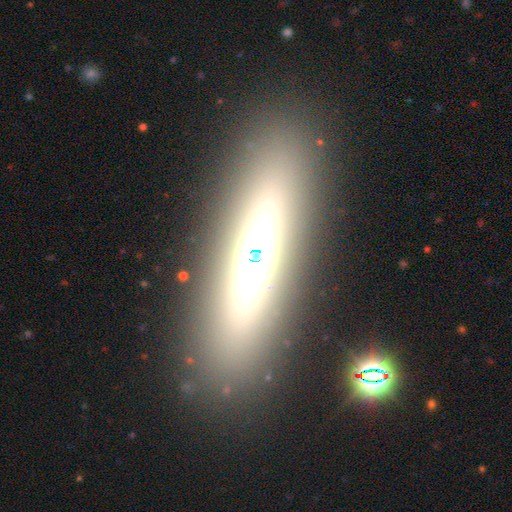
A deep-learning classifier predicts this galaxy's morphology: Smooth or featured? featured or disk (48%)
Merging? none (86%)